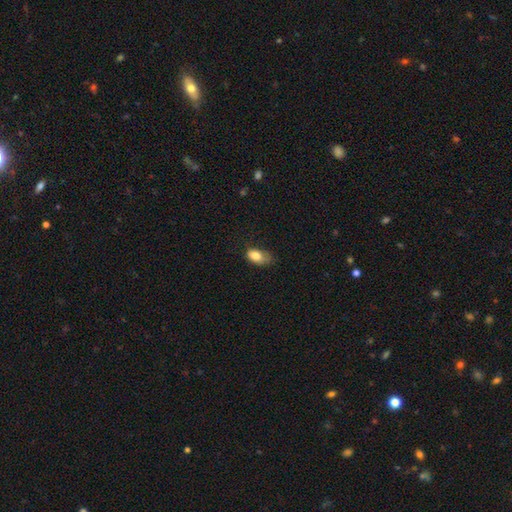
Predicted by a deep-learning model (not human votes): The model was most divided on "merging": minor disturbance: 41%, none: 38%, major disturbance: 19%, merger: 2%. More confident: how rounded — in between (89%); smooth or featured — smooth (79%).